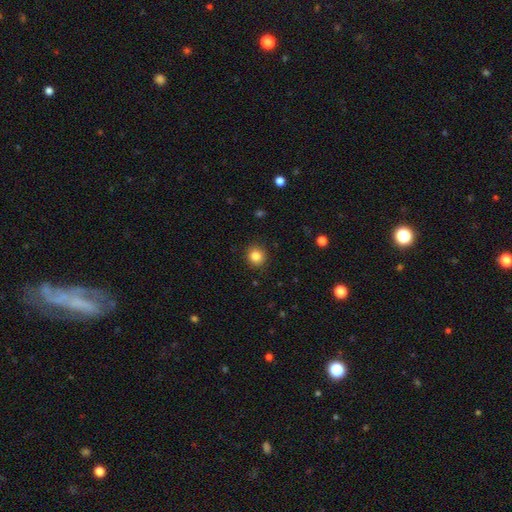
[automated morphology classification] A smooth galaxy with no disk features (84%) that is round (90%).

Vote fractions:
- Smooth or featured? smooth: 84% / star or artifact: 11% / featured or disk: 5%
- How rounded? round: 90% / in between: 9% / cigar-shaped: 1%
- Merging? none: 90% / minor disturbance: 7% / major disturbance: 2% / merger: 1%